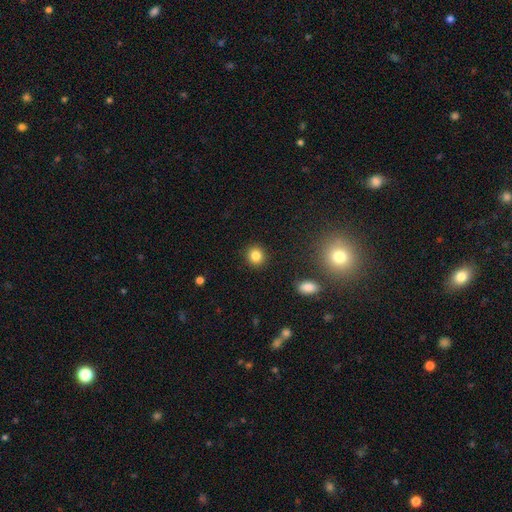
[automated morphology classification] type=smooth (84%); roundness=round (88%); merging=none (91%).